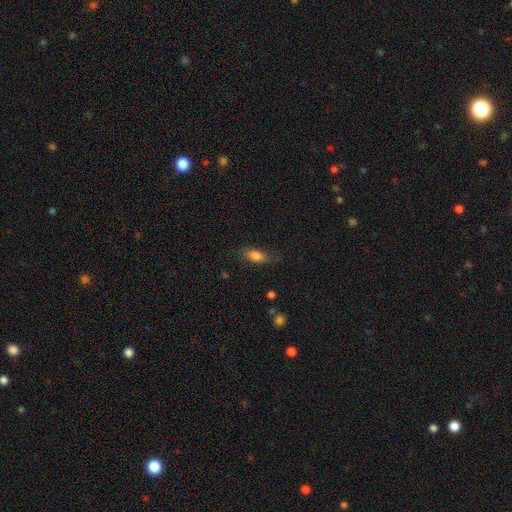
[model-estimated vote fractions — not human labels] Morphology: type=smooth (76%); roundness=in between (72%); merging=none (70%).